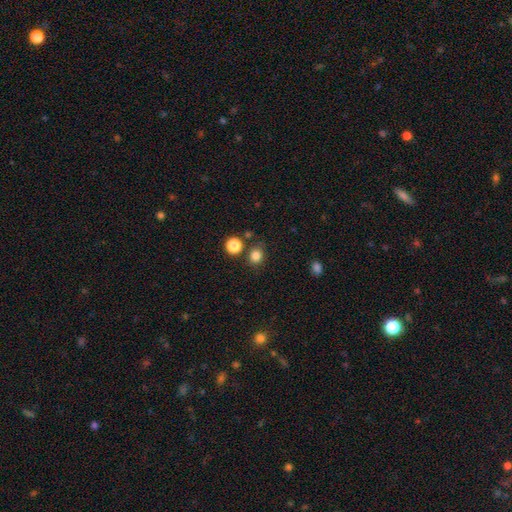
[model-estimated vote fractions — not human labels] This is clearly a smooth galaxy (82%). How rounded: likely round (77%). Merging: likely none (78%).